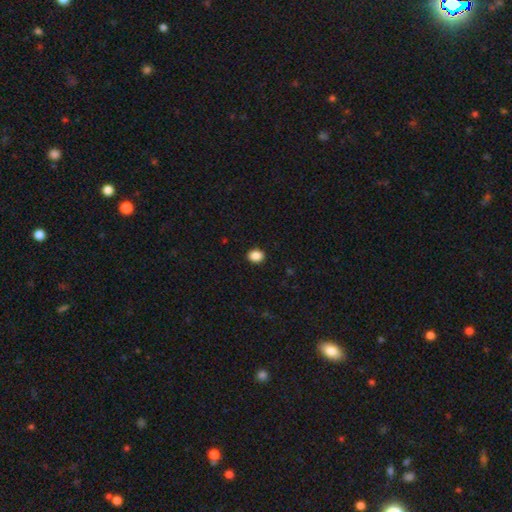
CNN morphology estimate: A smooth galaxy with no disk features (88%) that is round (54%).

Vote fractions:
- Smooth or featured? smooth: 88% / star or artifact: 9% / featured or disk: 3%
- How rounded? round: 54% / in between: 45% / cigar-shaped: 1%
- Merging? none: 91% / minor disturbance: 6% / major disturbance: 2% / merger: 1%